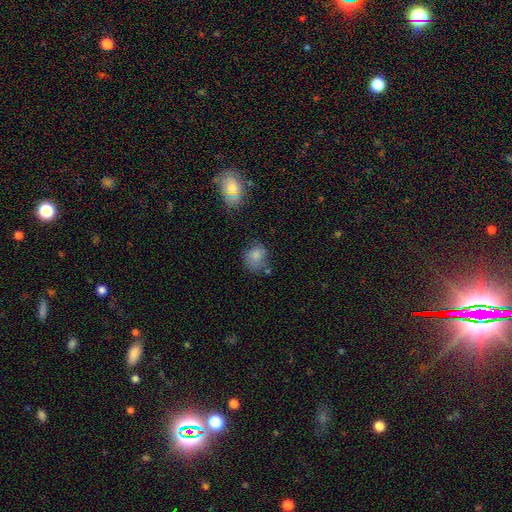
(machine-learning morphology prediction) This is likely a smooth galaxy (77%). How rounded: likely round (65%). Merging: possibly none (57%).